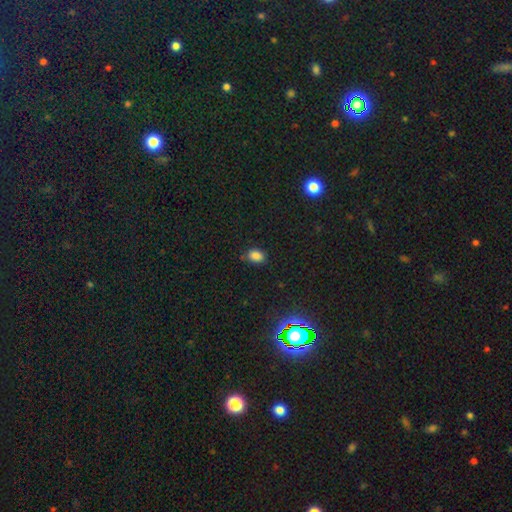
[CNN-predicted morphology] smooth-or-featured: smooth: 81% | star or artifact: 14% | featured or disk: 4%
  how-rounded: in between: 74% | round: 24% | cigar-shaped: 1%
  merging: none: 78% | minor disturbance: 16% | major disturbance: 4% | merger: 2%